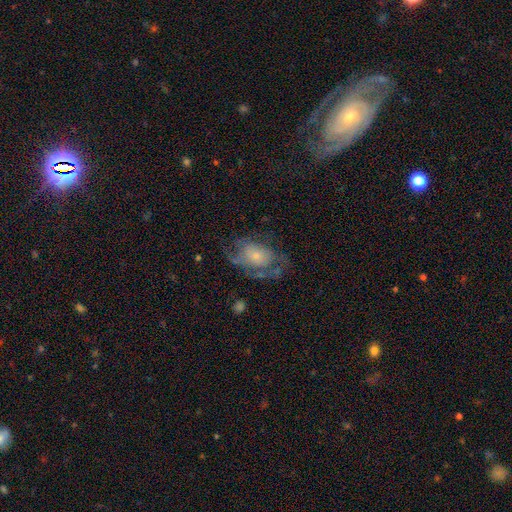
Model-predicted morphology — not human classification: Smooth or featured? Predicted: featured or disk (p=0.60). Edge-on disk? Predicted: no (p=0.95). Bar? Predicted: no (p=0.80). Spiral arms? Predicted: yes (p=0.64). Bulge size? Predicted: small (p=0.55). Merging? Predicted: none (p=0.46).